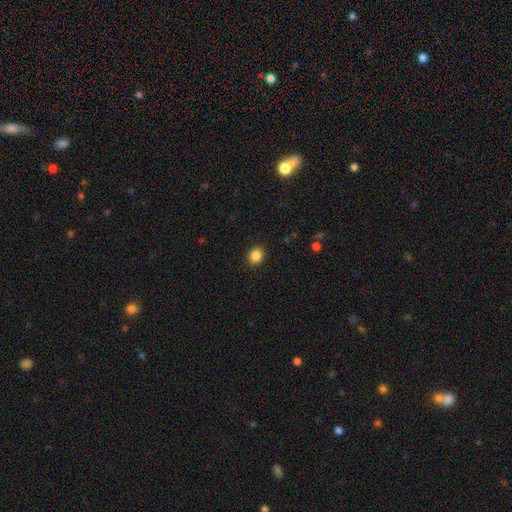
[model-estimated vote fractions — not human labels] A smooth galaxy with no disk features (86%) that is round (60%).

Vote fractions:
- Smooth or featured? smooth: 86% / star or artifact: 10% / featured or disk: 4%
- How rounded? round: 60% / in between: 40% / cigar-shaped: 1%
- Merging? none: 90% / minor disturbance: 7% / major disturbance: 2% / merger: 1%